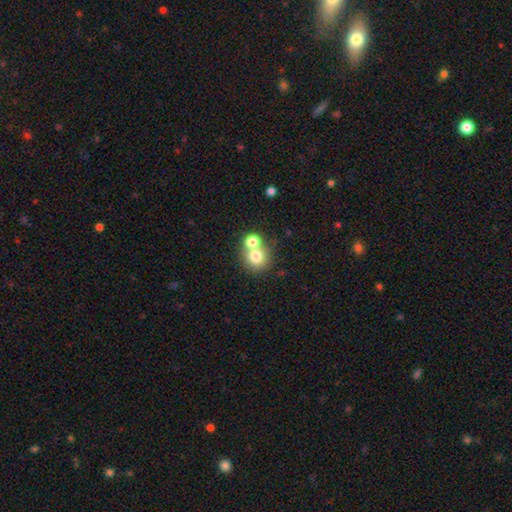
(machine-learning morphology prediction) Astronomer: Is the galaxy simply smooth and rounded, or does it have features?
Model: smooth — 75%.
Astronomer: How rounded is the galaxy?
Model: round — 84%.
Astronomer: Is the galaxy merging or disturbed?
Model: none — 50% (runner-up: merger, 39%).